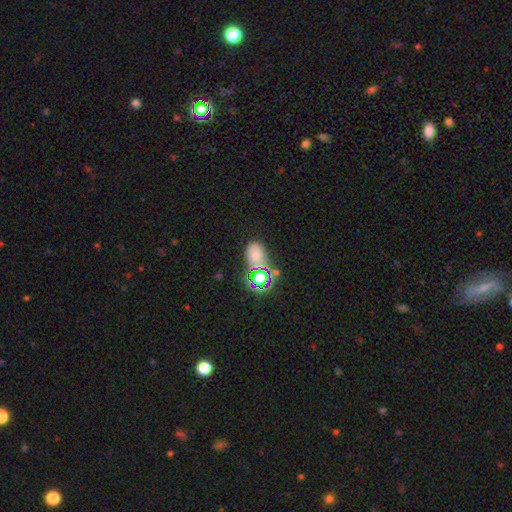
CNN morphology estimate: Smooth or featured? smooth (62%)
How rounded? in between (74%)
Merging? none (61%)